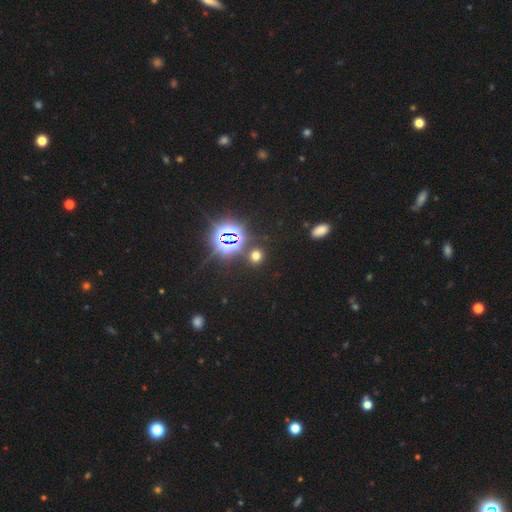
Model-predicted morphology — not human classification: Smooth or featured? Predicted: smooth (p=0.53). How rounded? Predicted: round (p=0.77). Merging? Predicted: none (p=0.86).